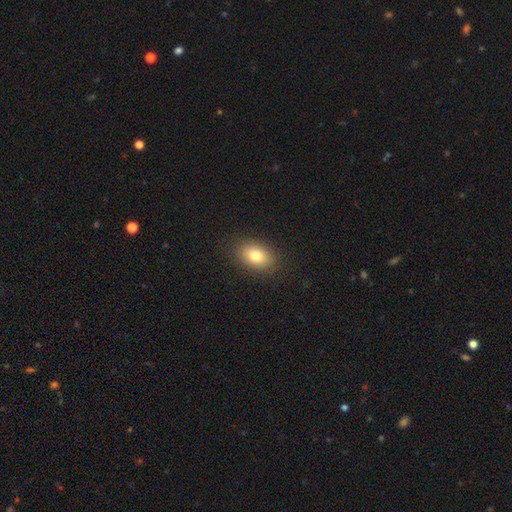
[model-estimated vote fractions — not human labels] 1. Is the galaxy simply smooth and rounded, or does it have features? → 80% smooth, 11% featured or disk, 9% star or artifact.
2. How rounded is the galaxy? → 84% in between, 14% round, 1% cigar-shaped.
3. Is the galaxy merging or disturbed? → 88% none, 8% minor disturbance, 3% major disturbance, 1% merger.